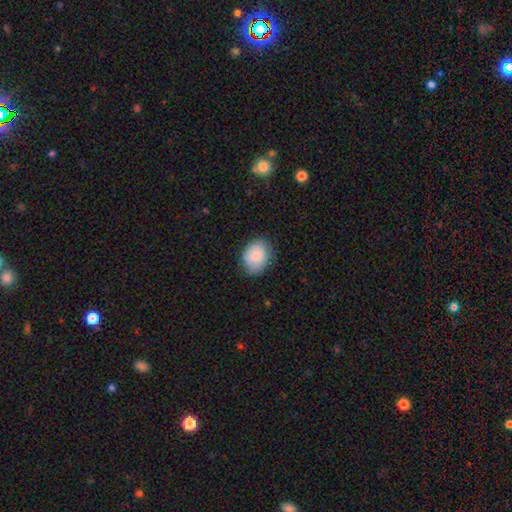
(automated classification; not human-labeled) Smooth or featured?
  - smooth: 86% *
  - featured or disk: 7%
  - star or artifact: 7%
How rounded?
  - in between: 57% *
  - round: 43%
  - cigar-shaped: 1%
Merging?
  - none: 78% *
  - minor disturbance: 17%
  - major disturbance: 3%
  - merger: 1%